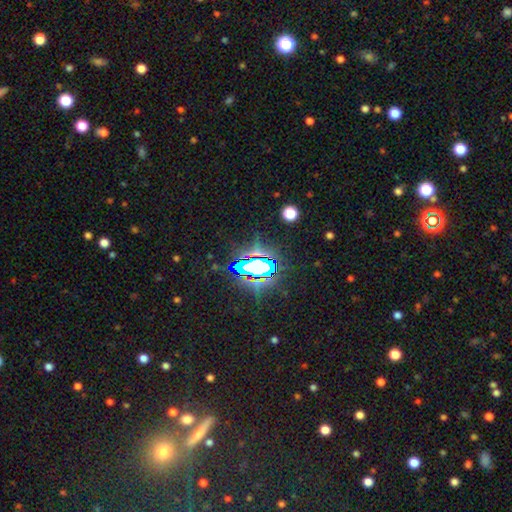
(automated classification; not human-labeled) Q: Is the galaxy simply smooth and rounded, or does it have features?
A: star or artifact — 71%.